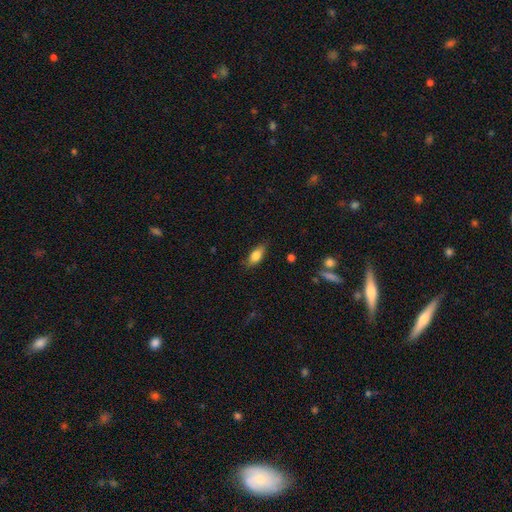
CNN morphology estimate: smooth 81%, featured or disk 12%, star or artifact 7%. Down the decision tree: how rounded — in between (83%); merging — none (78%).